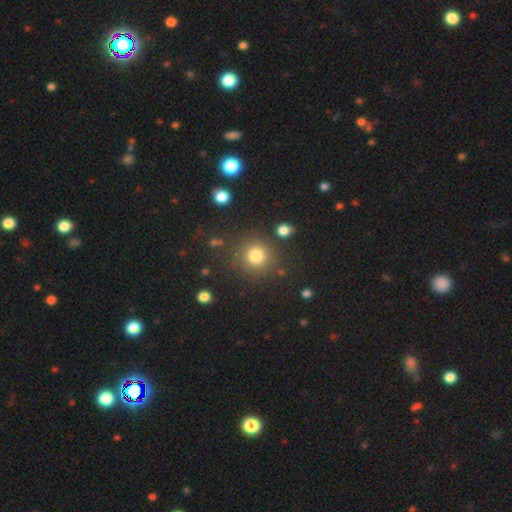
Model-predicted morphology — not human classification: smooth-or-featured: smooth: 80% | star or artifact: 14% | featured or disk: 6%
  how-rounded: round: 92% | in between: 7% | cigar-shaped: 1%
  merging: none: 84% | minor disturbance: 8% | merger: 4% | major disturbance: 4%